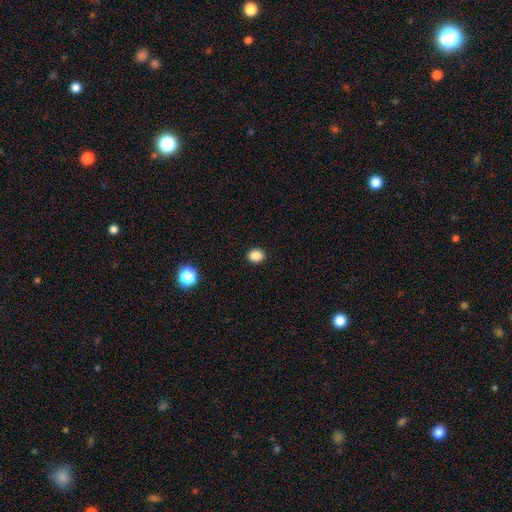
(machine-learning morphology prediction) type=smooth (87%); roundness=round (56%); merging=none (91%).